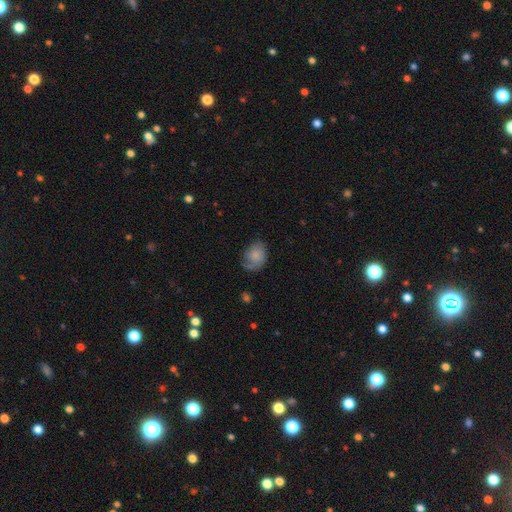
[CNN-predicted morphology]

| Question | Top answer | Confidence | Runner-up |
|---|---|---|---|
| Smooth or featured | smooth | 61% | featured or disk (30%) |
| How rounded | in between | 63% | round (36%) |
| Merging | none | 52% | minor disturbance (29%) |